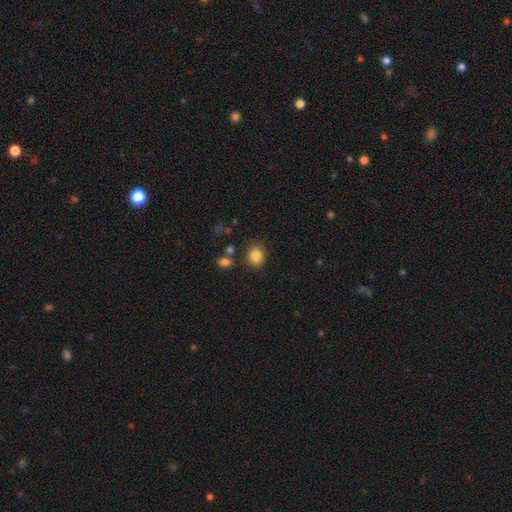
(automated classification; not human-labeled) smooth-or-featured: smooth: 85% | star or artifact: 10% | featured or disk: 6%
  how-rounded: round: 55% | in between: 44% | cigar-shaped: 1%
  merging: none: 80% | minor disturbance: 11% | merger: 5% | major disturbance: 4%